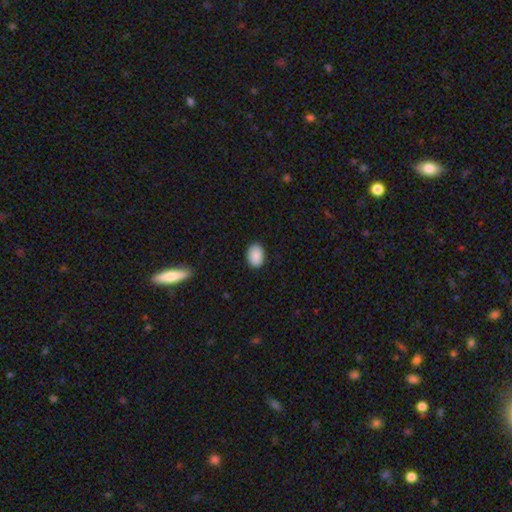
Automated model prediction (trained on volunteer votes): The model was most divided on "how rounded": in between: 82%, round: 17%, cigar-shaped: 1%. More confident: smooth or featured — smooth (91%); merging — none (89%).